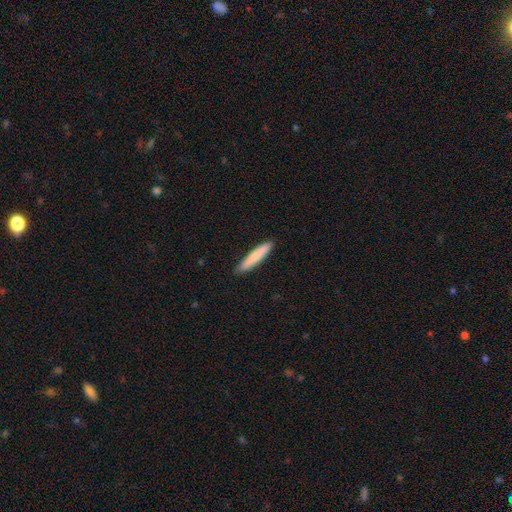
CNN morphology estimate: Q: Smooth or featured?
A: smooth (79%); runner-up: featured or disk (15%)
Q: How rounded?
A: cigar-shaped (91%); runner-up: in between (8%)
Q: Merging?
A: none (89%); runner-up: minor disturbance (9%)